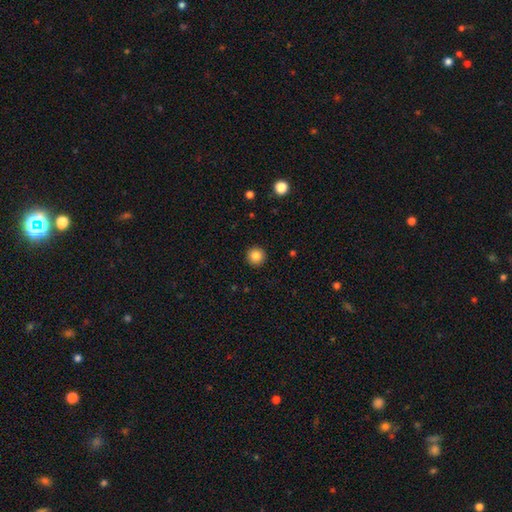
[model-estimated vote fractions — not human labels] Smooth or featured? smooth (86%)
How rounded? round (96%)
Merging? none (93%)